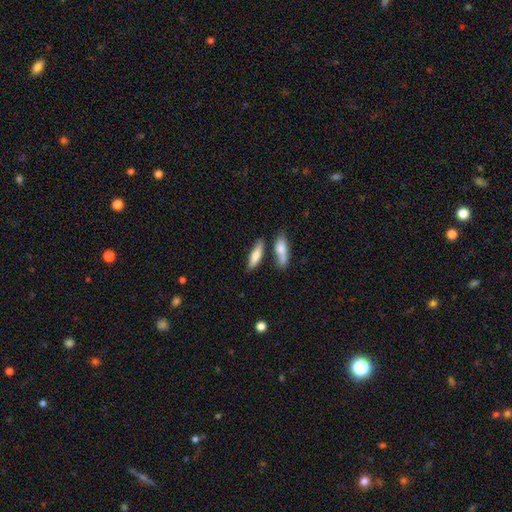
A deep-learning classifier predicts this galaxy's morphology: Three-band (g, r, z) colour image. It shows a smooth galaxy with no disk features (73%) that is cigar-shaped (59%). Merging: none (64%).